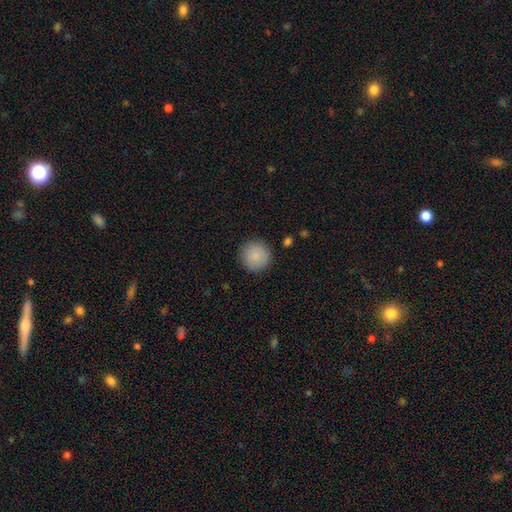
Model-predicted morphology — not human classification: This appears to be a smooth galaxy with no disk features (87%) that is round (95%). Merging: none (89%).